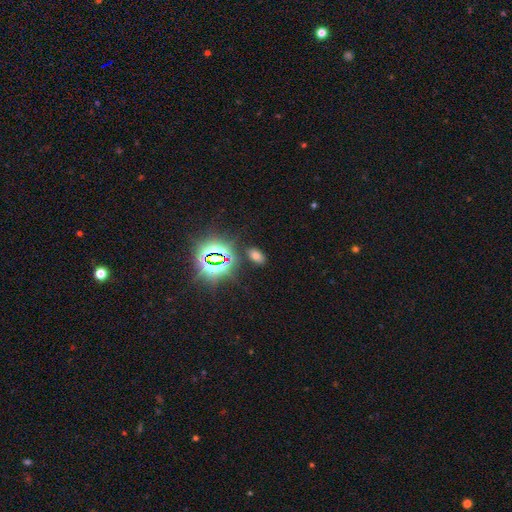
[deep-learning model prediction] Smooth or featured? smooth (53%)
How rounded? in between (88%)
Merging? none (85%)